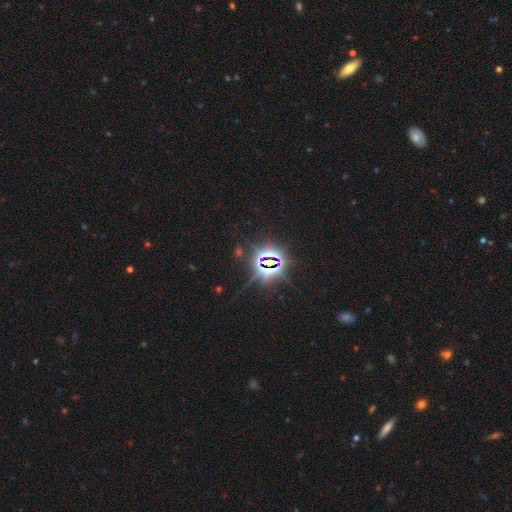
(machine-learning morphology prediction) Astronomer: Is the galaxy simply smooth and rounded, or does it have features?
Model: star or artifact — 83%.